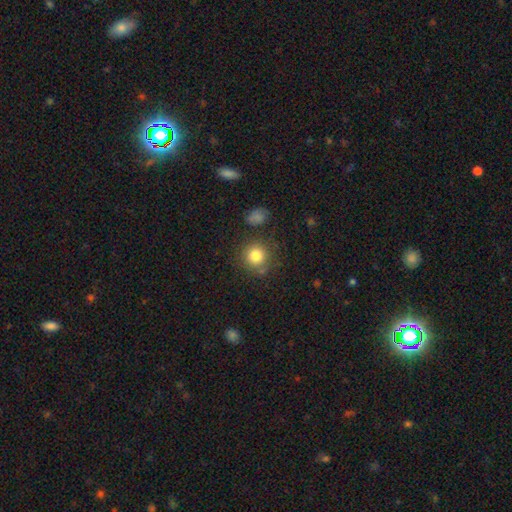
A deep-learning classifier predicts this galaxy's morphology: The model was most divided on "merging": none: 80%, minor disturbance: 11%, merger: 5%, major disturbance: 4%. More confident: how rounded — round (91%); smooth or featured — smooth (82%).